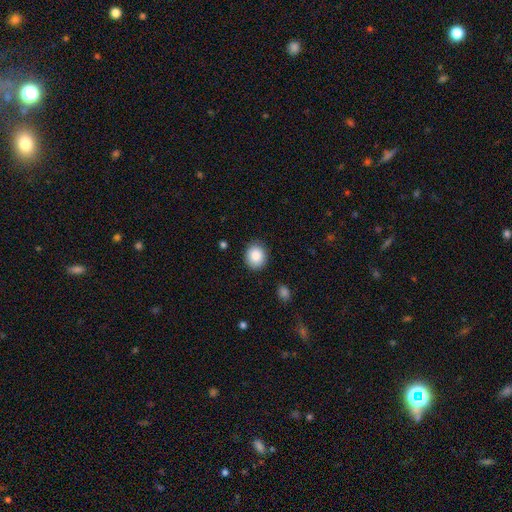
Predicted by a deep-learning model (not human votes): Q: Smooth or featured?
A: smooth (88%); runner-up: star or artifact (8%)
Q: How rounded?
A: round (68%); runner-up: in between (31%)
Q: Merging?
A: none (87%); runner-up: minor disturbance (9%)